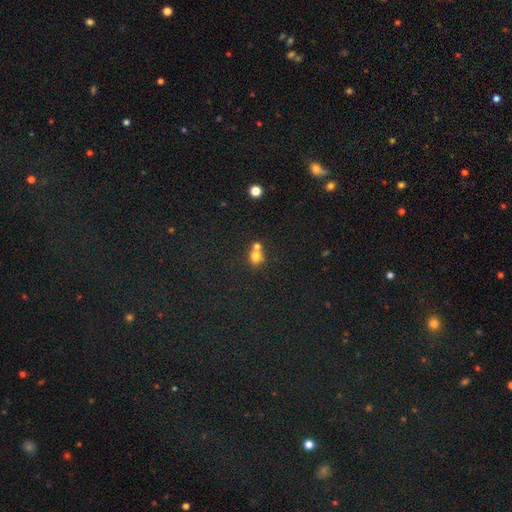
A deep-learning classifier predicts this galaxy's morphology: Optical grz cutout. It shows a smooth galaxy with no disk features (75%) that is round (78%). Merging: merger (49%).